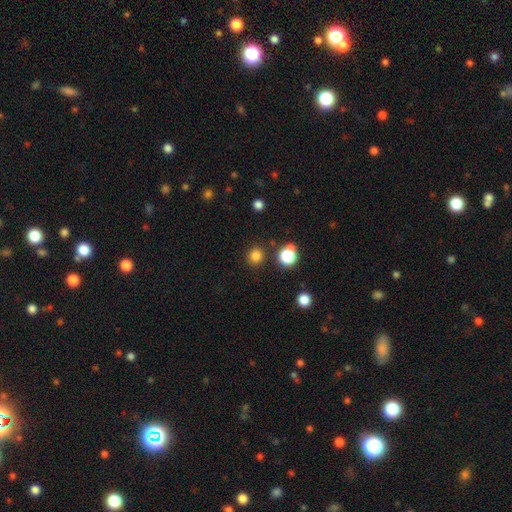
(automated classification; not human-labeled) Morphology: type=smooth (80%); roundness=round (90%); merging=none (88%).